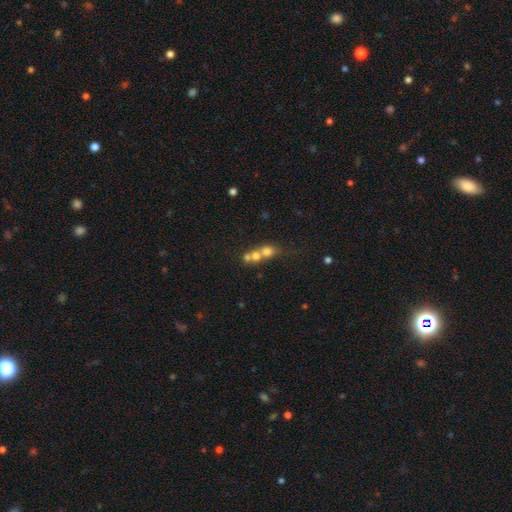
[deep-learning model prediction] smooth-or-featured: smooth: 60% | featured or disk: 24% | star or artifact: 15%
  how-rounded: round: 72% | in between: 25% | cigar-shaped: 3%
  merging: merger: 64% | none: 25% | minor disturbance: 6% | major disturbance: 5%